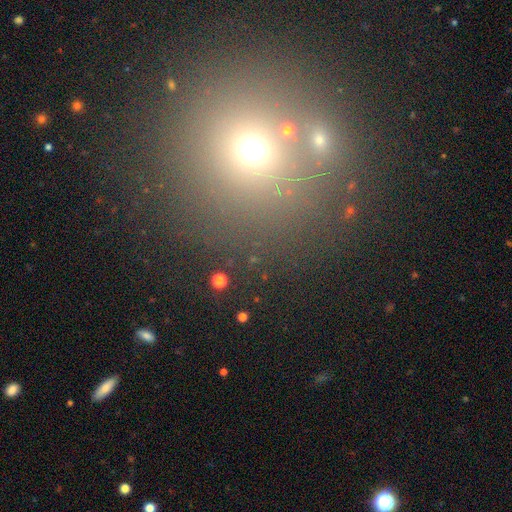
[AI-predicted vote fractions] smooth 57%, star or artifact 33%, featured or disk 10%. Down the decision tree: how rounded — round (93%); merging — none (78%).